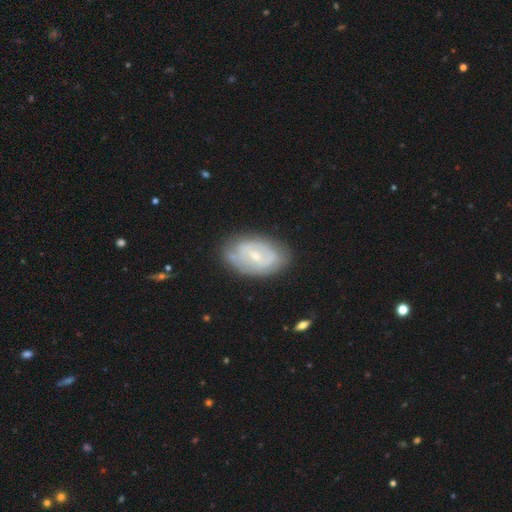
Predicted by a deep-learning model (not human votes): Smooth or featured? Predicted: featured or disk (p=0.66). Edge-on disk? Predicted: no (p=0.95). Bar? Predicted: weak (p=0.50). Spiral arms? Predicted: yes (p=0.65). Bulge size? Predicted: small (p=0.61). Merging? Predicted: none (p=0.74).